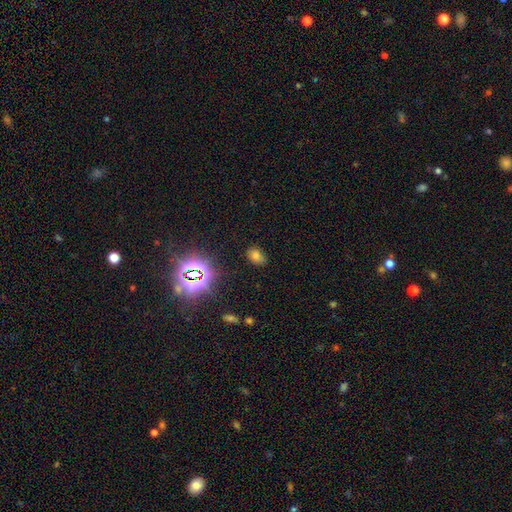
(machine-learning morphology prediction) type=smooth (61%); roundness=in between (79%); merging=none (82%).